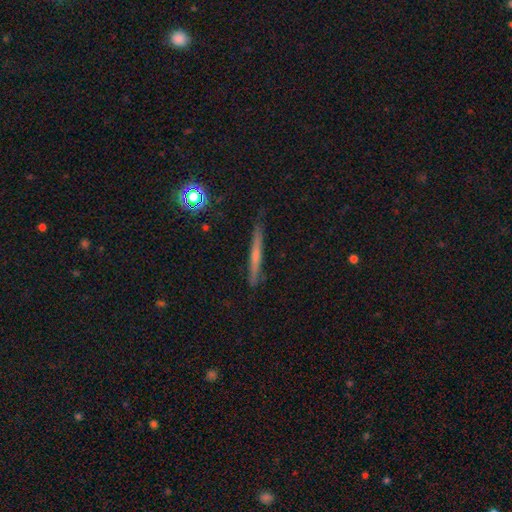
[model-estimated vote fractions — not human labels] smooth-or-featured: featured or disk: 47% | smooth: 43% | star or artifact: 10%
  merging: none: 85% | minor disturbance: 11% | major disturbance: 2% | merger: 2%